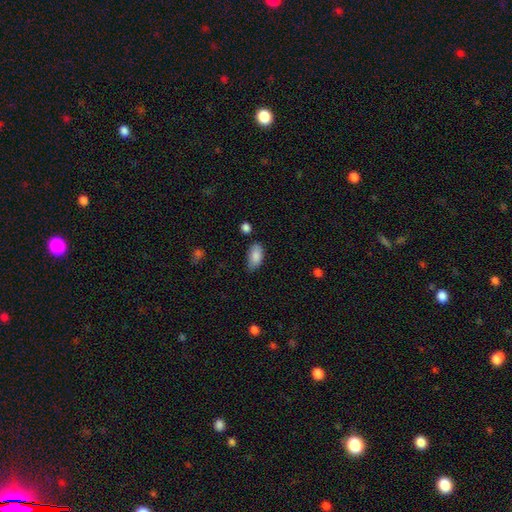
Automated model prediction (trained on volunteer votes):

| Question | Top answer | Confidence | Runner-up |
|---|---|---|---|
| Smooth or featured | smooth | 86% | featured or disk (7%) |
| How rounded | in between | 93% | cigar-shaped (4%) |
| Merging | none | 66% | minor disturbance (27%) |